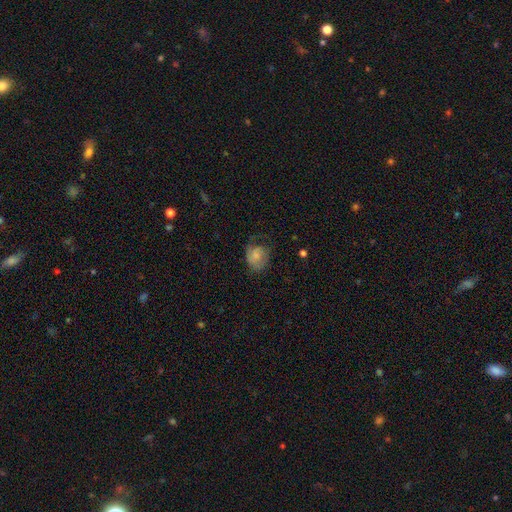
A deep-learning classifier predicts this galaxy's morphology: This is likely a smooth galaxy (69%). How rounded: possibly round (54%). Merging: marginally none (44%).